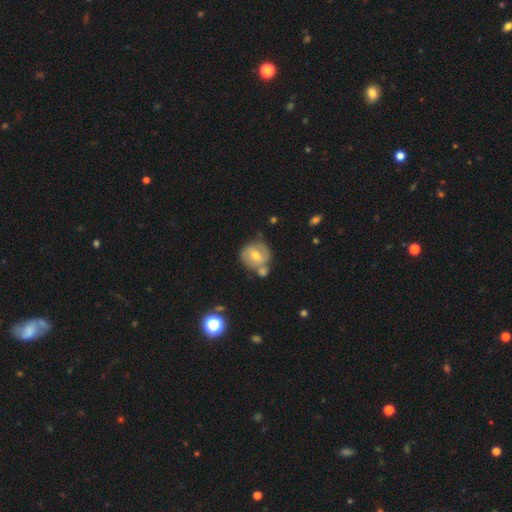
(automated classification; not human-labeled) Smooth or featured: featured or disk — 54% (smooth — 39%)
Edge-on disk: no — 96% (yes — 4%)
Bar: weak — 48% (no — 36%)
Spiral arms: yes — 71% (no — 29%)
Bulge size: moderate — 67% (small — 28%)
Merging: none — 51% (merger — 25%)